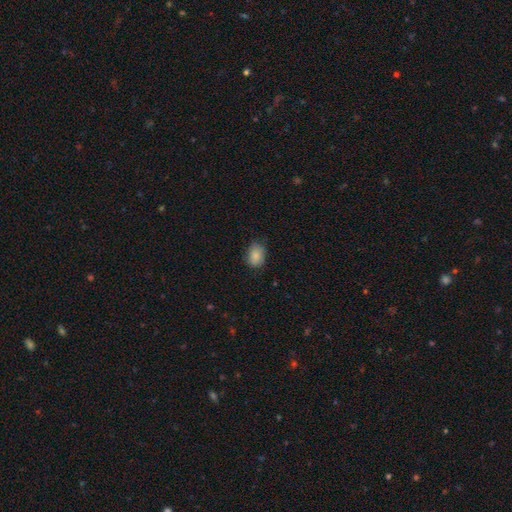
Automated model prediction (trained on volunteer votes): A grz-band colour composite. It shows a smooth galaxy with no disk features (85%) that is in between round and cigar-shaped (71%). Merging: none (74%).